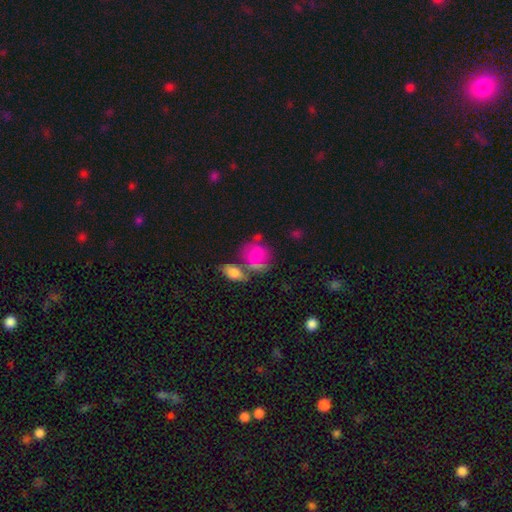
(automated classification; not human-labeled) This is likely a smooth galaxy (63%). How rounded: possibly in between (51%). Merging: marginally merger (36%).